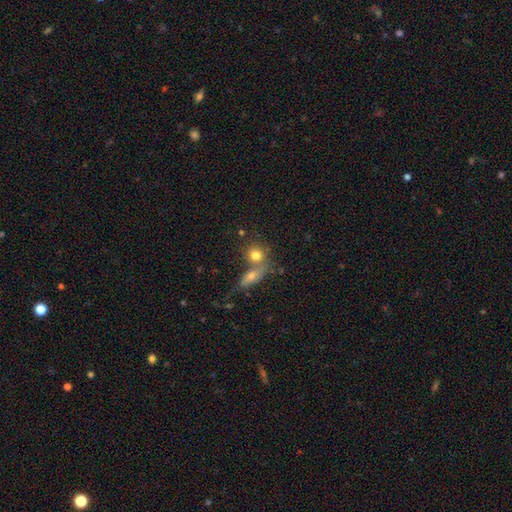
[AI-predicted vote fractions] smooth_or_featured: smooth (p=0.77) [alt: featured or disk p=0.13]
how_rounded: round (p=0.73) [alt: in between p=0.23]
merging: none (p=0.48) [alt: merger p=0.39]